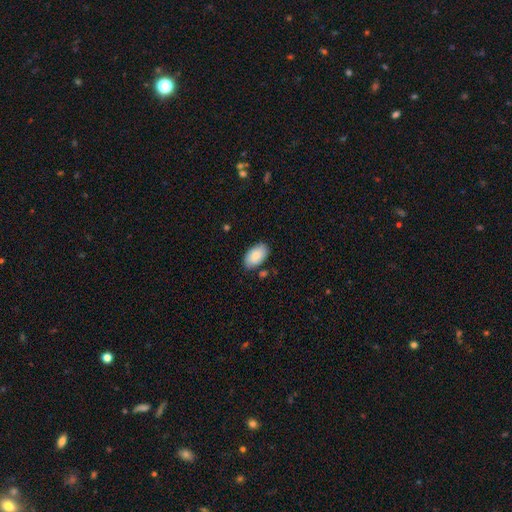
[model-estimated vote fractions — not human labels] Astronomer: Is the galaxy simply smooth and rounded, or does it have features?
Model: smooth — 84%.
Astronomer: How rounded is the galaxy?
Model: in between — 94%.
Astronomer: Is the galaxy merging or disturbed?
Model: none — 79%.